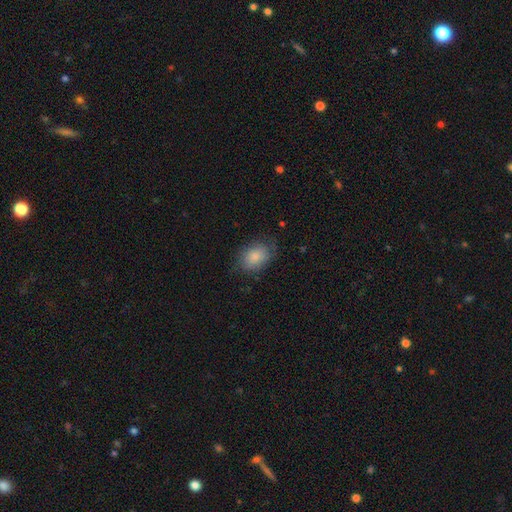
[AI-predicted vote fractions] Overall: smooth (80%). How rounded: in between (73%). Merging: none (72%).